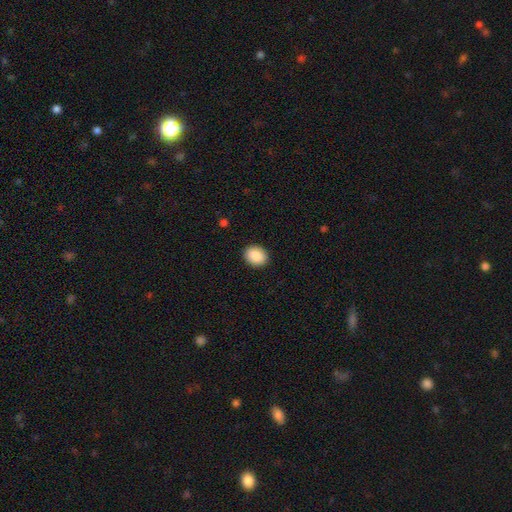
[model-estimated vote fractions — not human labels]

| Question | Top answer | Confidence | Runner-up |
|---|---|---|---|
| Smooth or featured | smooth | 89% | star or artifact (7%) |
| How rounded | round | 50% | in between (49%) |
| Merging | none | 91% | minor disturbance (6%) |